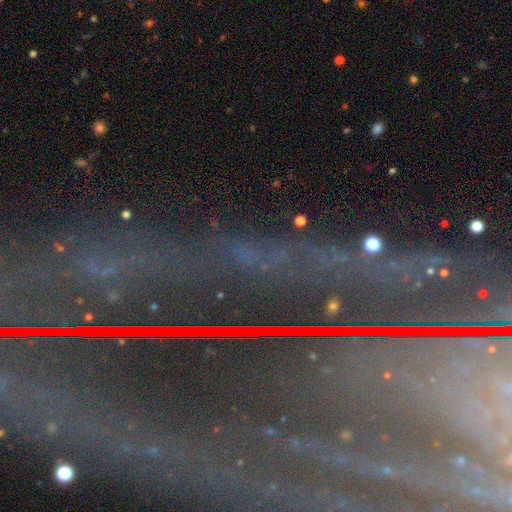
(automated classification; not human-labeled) Smooth or featured? Predicted: star or artifact (p=0.79).